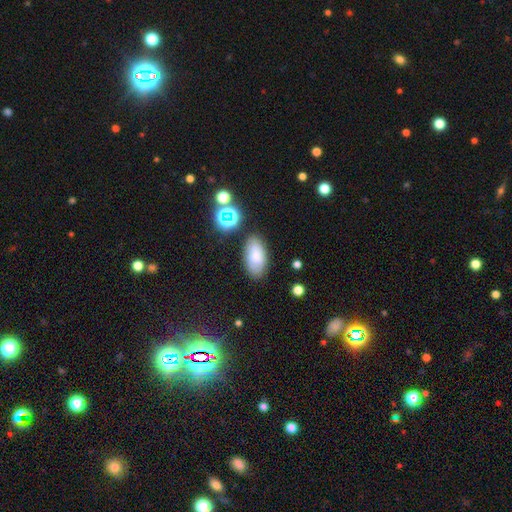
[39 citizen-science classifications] Smooth or featured: smooth — 74% (featured or disk — 15%)
How rounded: in between — 90% (round — 7%)
Merging: none — 77% (minor disturbance — 11%)